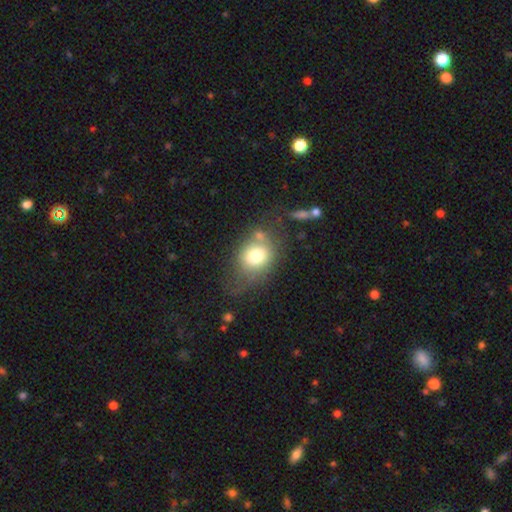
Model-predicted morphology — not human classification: Smooth or featured? smooth (72%)
How rounded? in between (51%)
Merging? none (47%)